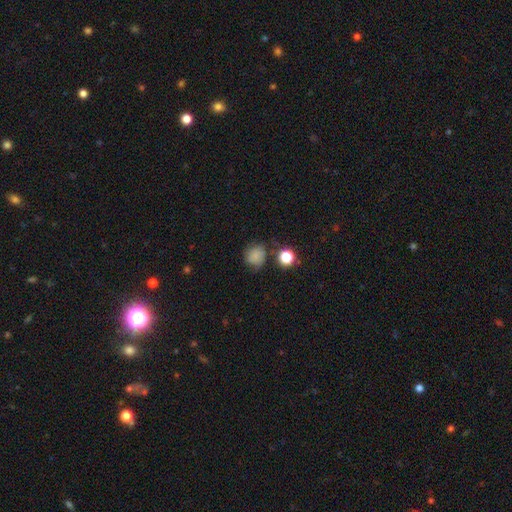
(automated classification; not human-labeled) A smooth galaxy with no disk features (79%) that is round (84%). Merging: none (67%).